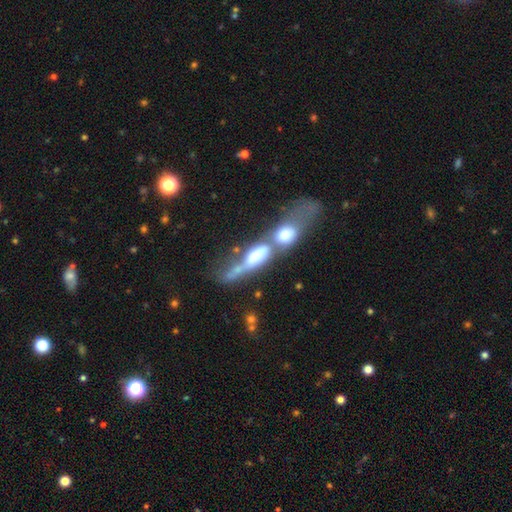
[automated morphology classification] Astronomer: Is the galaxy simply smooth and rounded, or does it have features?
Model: featured or disk — 49% (runner-up: smooth, 40%).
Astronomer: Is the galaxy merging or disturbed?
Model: merger — 79%.